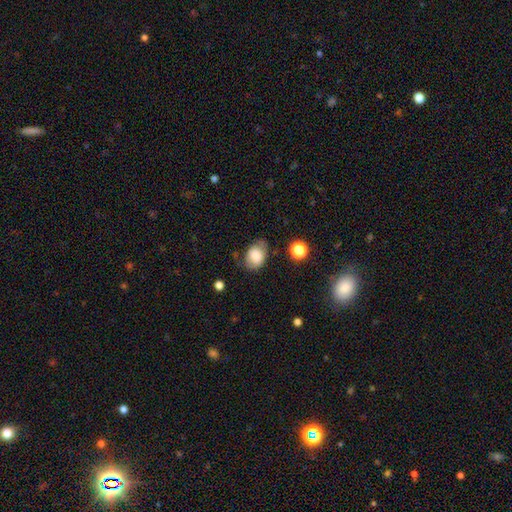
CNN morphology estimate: Smooth or featured? Predicted: smooth (p=0.78). How rounded? Predicted: in between (p=0.74). Merging? Predicted: none (p=0.65).